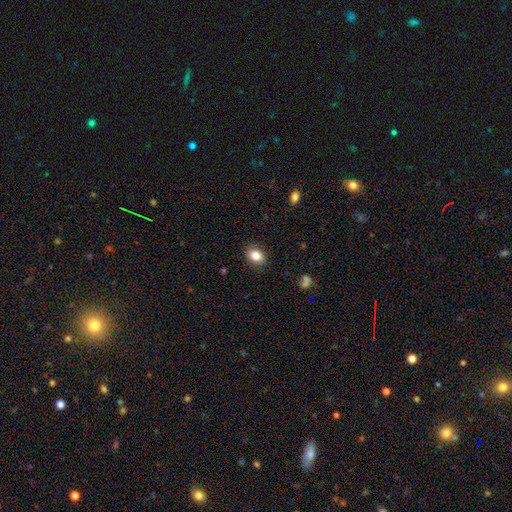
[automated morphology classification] Smooth or featured?
  - smooth: 84% *
  - star or artifact: 9%
  - featured or disk: 7%
How rounded?
  - in between: 71% *
  - round: 28%
  - cigar-shaped: 1%
Merging?
  - none: 88% *
  - minor disturbance: 9%
  - major disturbance: 2%
  - merger: 1%